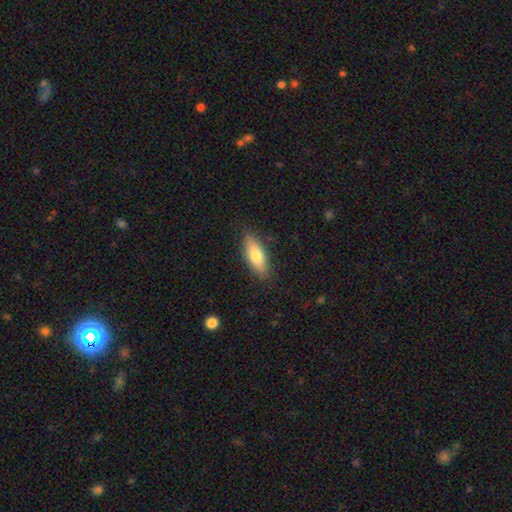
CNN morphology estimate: Smooth or featured? Predicted: smooth (p=0.73). How rounded? Predicted: in between (p=0.68). Merging? Predicted: none (p=0.86).